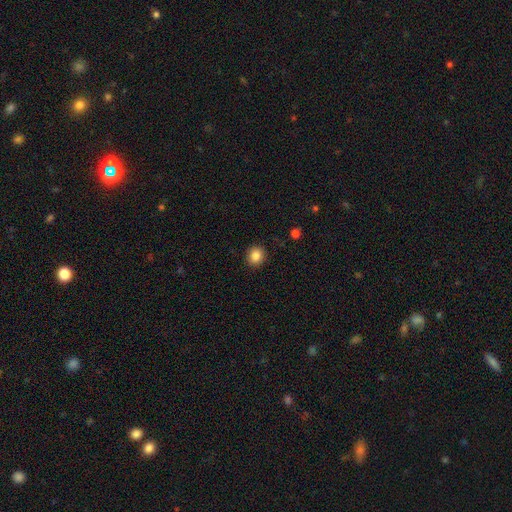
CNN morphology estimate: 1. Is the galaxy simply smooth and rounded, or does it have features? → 86% smooth, 10% star or artifact, 5% featured or disk.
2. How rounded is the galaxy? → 82% round, 17% in between, 1% cigar-shaped.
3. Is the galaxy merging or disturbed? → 90% none, 7% minor disturbance, 2% major disturbance, 1% merger.